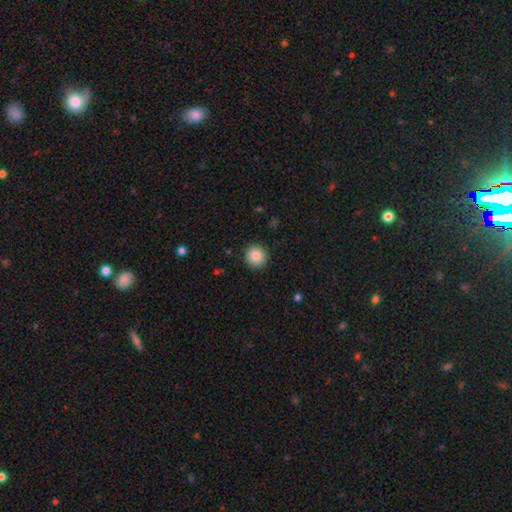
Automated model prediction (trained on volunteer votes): Smooth or featured?
  - smooth: 86% *
  - star or artifact: 9%
  - featured or disk: 6%
How rounded?
  - round: 92% *
  - in between: 7%
  - cigar-shaped: 1%
Merging?
  - none: 91% *
  - minor disturbance: 6%
  - major disturbance: 2%
  - merger: 1%